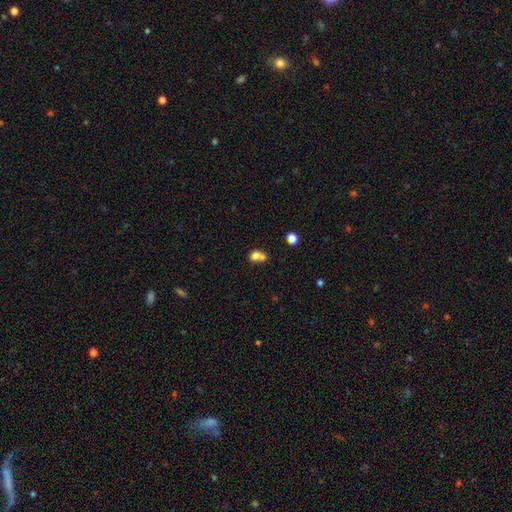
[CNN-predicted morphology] A smooth galaxy with no disk features (73%) that is round (61%).

Vote fractions:
- Smooth or featured? smooth: 73% / featured or disk: 15% / star or artifact: 12%
- How rounded? round: 61% / in between: 38% / cigar-shaped: 1%
- Merging? merger: 61% / none: 27% / minor disturbance: 8% / major disturbance: 5%